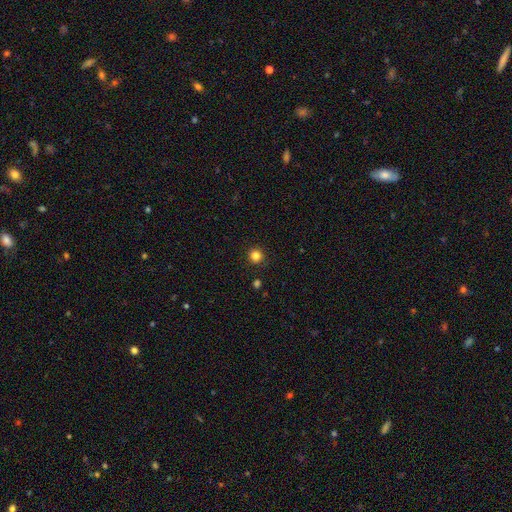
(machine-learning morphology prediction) smooth-or-featured: smooth: 83% | star or artifact: 13% | featured or disk: 4%
  how-rounded: round: 96% | in between: 3% | cigar-shaped: 1%
  merging: none: 93% | minor disturbance: 5% | major disturbance: 2% | merger: 1%